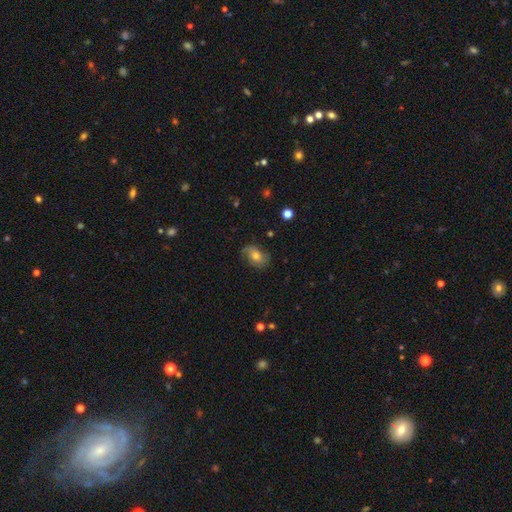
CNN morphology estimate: This is possibly a smooth galaxy (51%). How rounded: likely in between (79%). Merging: likely none (68%).